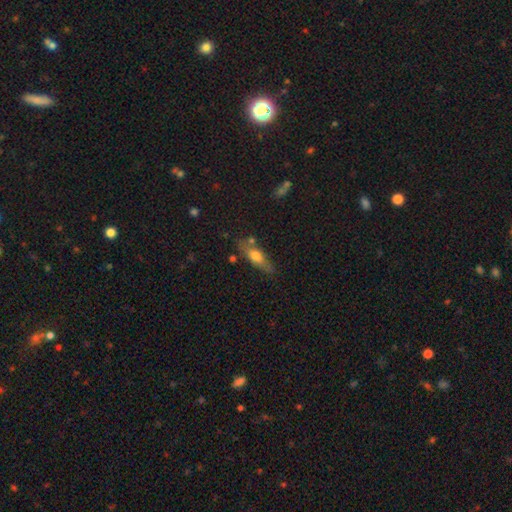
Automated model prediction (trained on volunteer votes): Smooth or featured? smooth (59%)
How rounded? in between (51%)
Merging? none (70%)